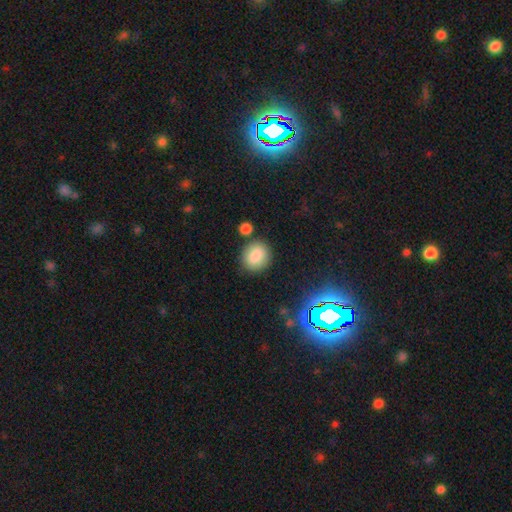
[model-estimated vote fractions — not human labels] Smooth or featured? smooth (85%)
How rounded? round (68%)
Merging? none (79%)